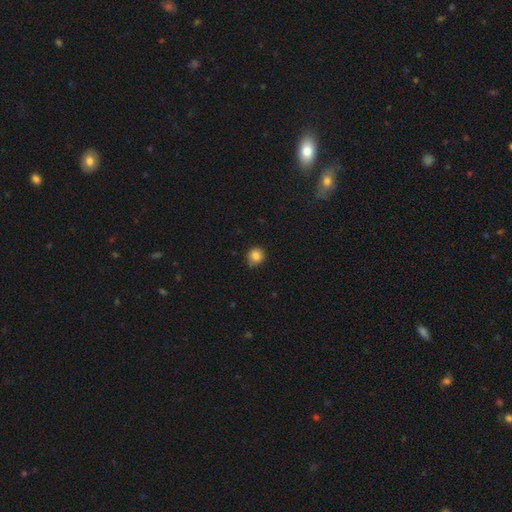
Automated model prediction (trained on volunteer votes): Smooth or featured: smooth — 84% (star or artifact — 11%)
How rounded: round — 92% (in between — 7%)
Merging: none — 83% (minor disturbance — 13%)